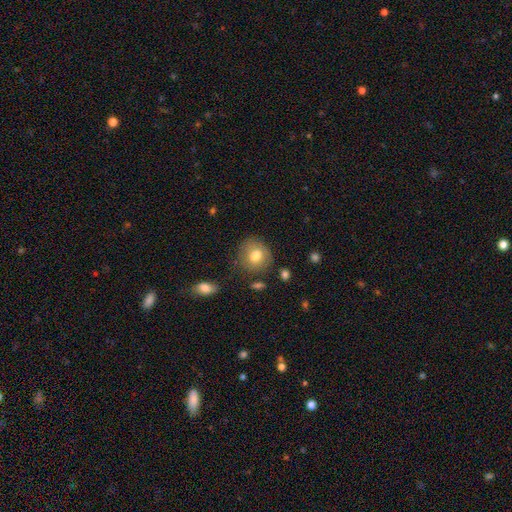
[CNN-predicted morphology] smooth_or_featured: smooth (p=0.76) [alt: featured or disk p=0.15]
how_rounded: round (p=0.85) [alt: in between p=0.14]
merging: none (p=0.79) [alt: minor disturbance p=0.14]